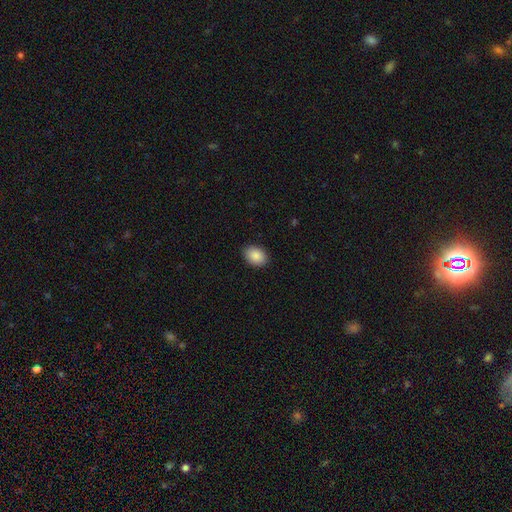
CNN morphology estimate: type=smooth (89%); roundness=in between (74%); merging=none (90%).